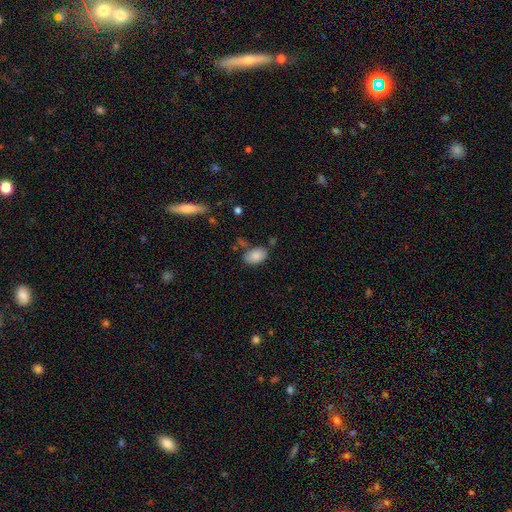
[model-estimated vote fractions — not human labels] Q: Smooth or featured?
A: smooth (86%); runner-up: star or artifact (7%)
Q: How rounded?
A: in between (91%); runner-up: round (7%)
Q: Merging?
A: none (69%); runner-up: minor disturbance (18%)